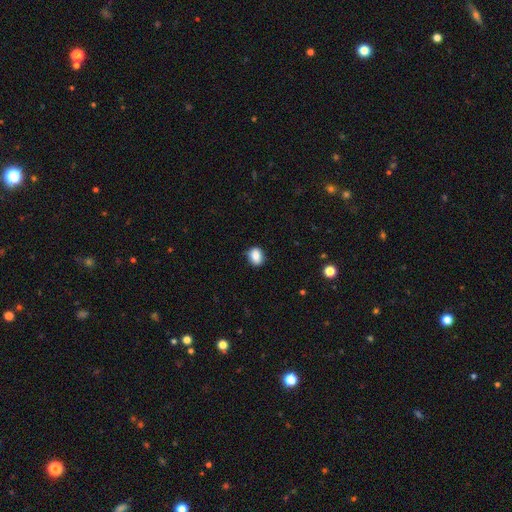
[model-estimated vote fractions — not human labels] Smooth or featured: smooth — 85% (star or artifact — 9%)
How rounded: in between — 60% (round — 39%)
Merging: none — 80% (minor disturbance — 16%)